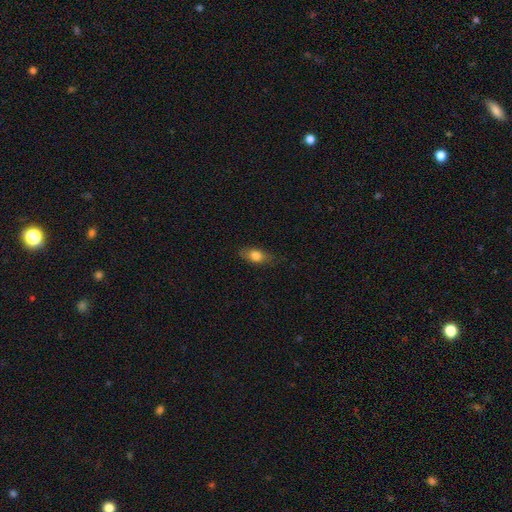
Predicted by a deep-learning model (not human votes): This is likely a smooth galaxy (77%). How rounded: likely in between (80%). Merging: likely none (74%).